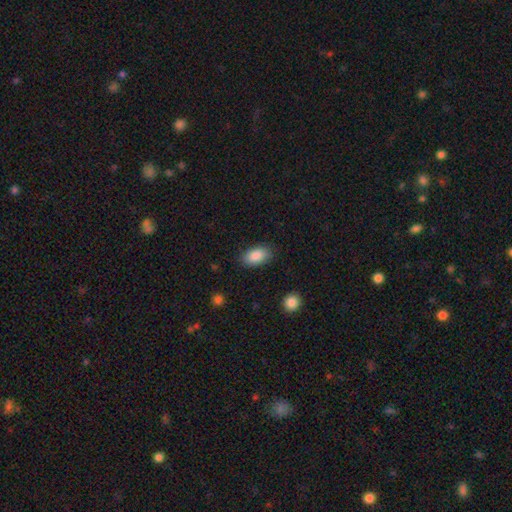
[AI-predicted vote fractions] Smooth or featured?
  - smooth: 87% *
  - star or artifact: 7%
  - featured or disk: 7%
How rounded?
  - in between: 93% *
  - round: 4%
  - cigar-shaped: 2%
Merging?
  - none: 86% *
  - minor disturbance: 10%
  - major disturbance: 3%
  - merger: 1%